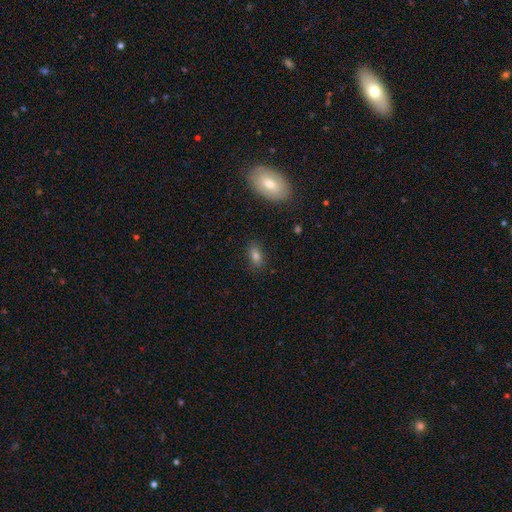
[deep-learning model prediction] Overall: smooth (78%). How rounded: in between (85%). Merging: none (84%).